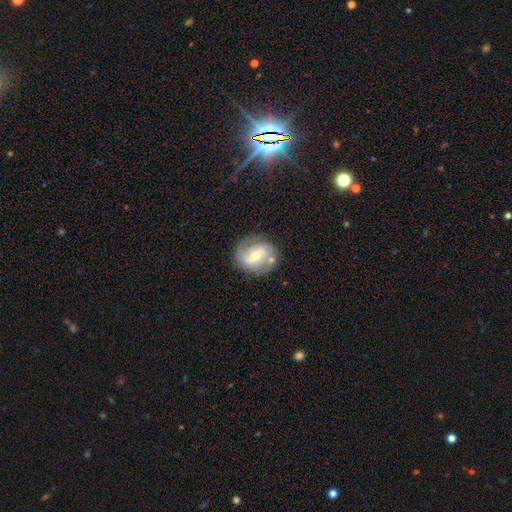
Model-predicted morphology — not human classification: Overall: featured or disk (64%; smooth 29%). Edge-on disk: no (95%). Bar: weak (42%; strong 38%). Spiral arms: yes (66%; no 34%). Bulge size: moderate (60%; small 34%). Merging: none (72%).